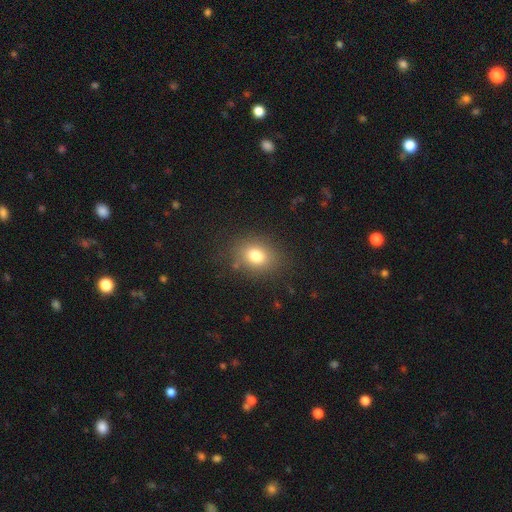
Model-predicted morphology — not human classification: smooth_or_featured: smooth (p=0.78) [alt: star or artifact p=0.12]
how_rounded: in between (p=0.55) [alt: round p=0.44]
merging: none (p=0.83) [alt: minor disturbance p=0.11]